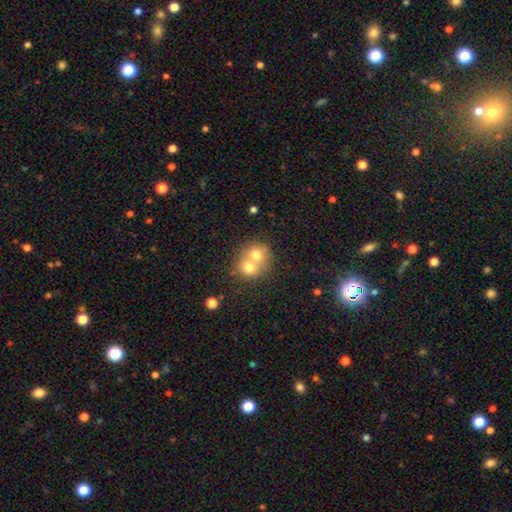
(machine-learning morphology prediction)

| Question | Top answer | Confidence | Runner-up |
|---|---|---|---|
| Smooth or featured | smooth | 67% | featured or disk (22%) |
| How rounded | round | 77% | in between (22%) |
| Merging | merger | 69% | none (24%) |